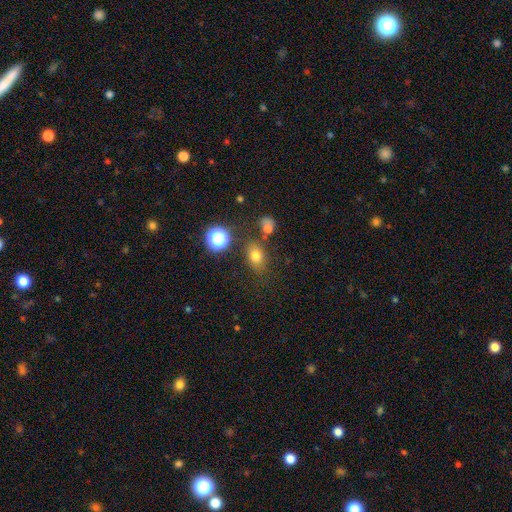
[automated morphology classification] Overall: smooth (73%). How rounded: in between (66%; round 32%). Merging: none (74%).